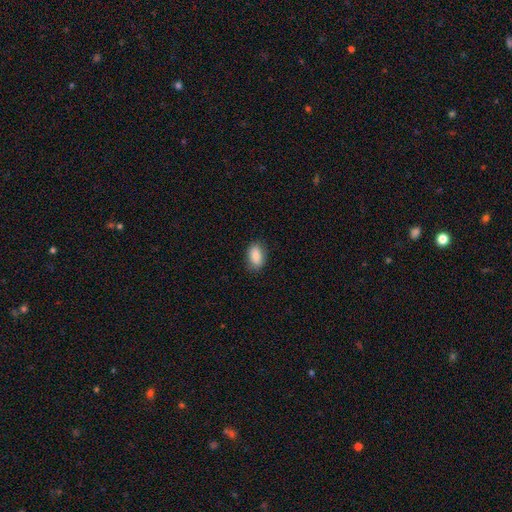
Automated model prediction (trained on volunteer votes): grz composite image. It shows a smooth galaxy with no disk features (85%) that is in between round and cigar-shaped (89%). Merging: none (85%).